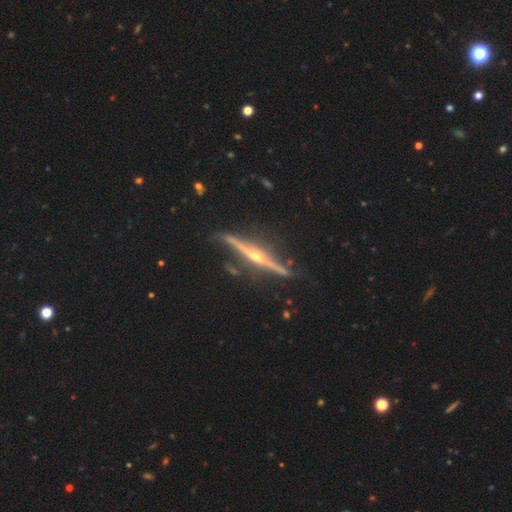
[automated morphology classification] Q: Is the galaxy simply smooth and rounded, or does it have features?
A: featured or disk — 89%.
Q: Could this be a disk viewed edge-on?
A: yes — 98%.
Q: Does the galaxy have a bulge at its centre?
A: rounded — 92%.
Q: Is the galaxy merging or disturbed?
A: none — 81%.